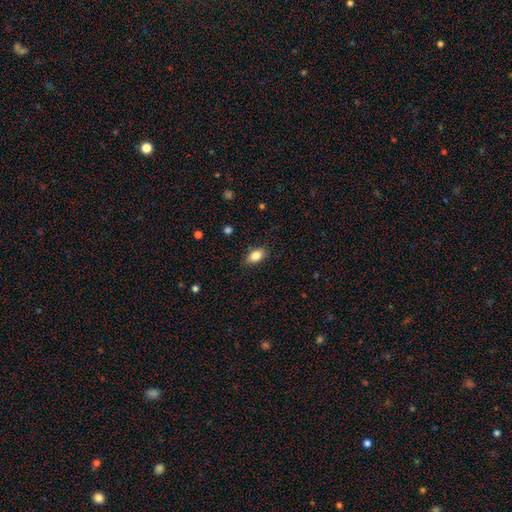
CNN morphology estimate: A smooth galaxy with no disk features (84%) that is in between round and cigar-shaped (88%).

Vote fractions:
- Smooth or featured? smooth: 84% / featured or disk: 8% / star or artifact: 8%
- How rounded? in between: 88% / round: 8% / cigar-shaped: 4%
- Merging? none: 84% / minor disturbance: 12% / major disturbance: 3% / merger: 1%